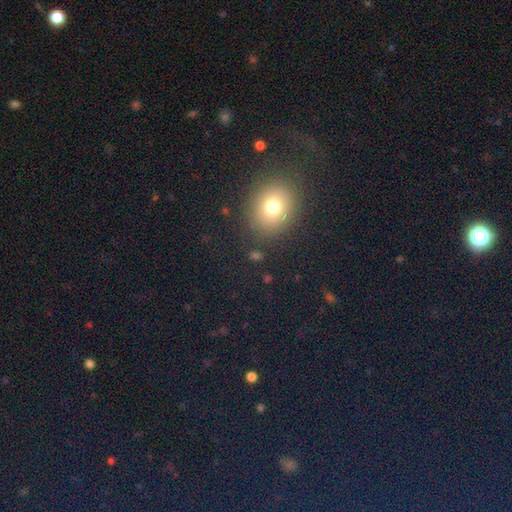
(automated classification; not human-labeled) A smooth galaxy with no disk features (64%) that is round (64%). Merging: none (86%).